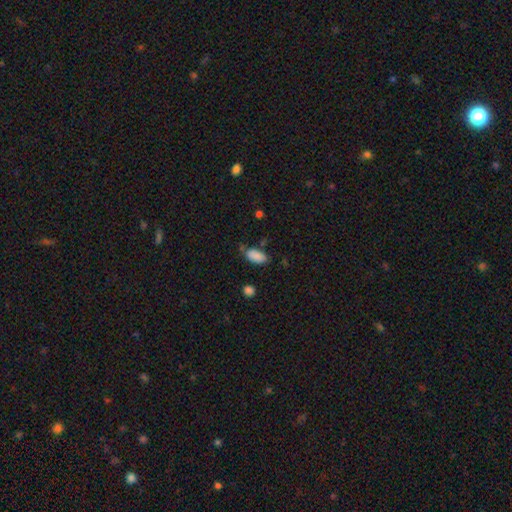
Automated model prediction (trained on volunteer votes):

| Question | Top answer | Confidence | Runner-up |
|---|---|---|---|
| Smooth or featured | smooth | 87% | star or artifact (8%) |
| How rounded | in between | 92% | cigar-shaped (5%) |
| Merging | none | 68% | minor disturbance (21%) |